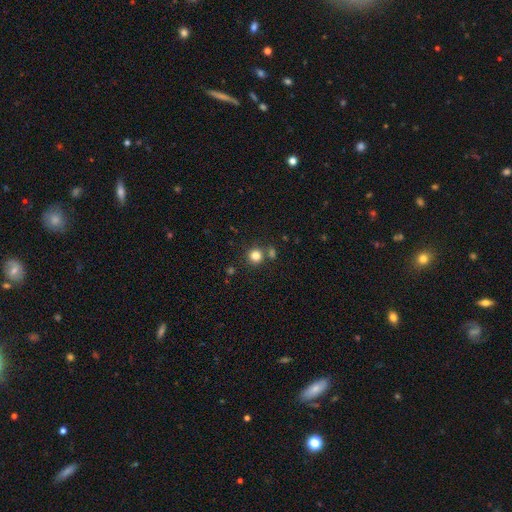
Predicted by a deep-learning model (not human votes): Overall: smooth (82%). How rounded: round (92%). Merging: none (76%).